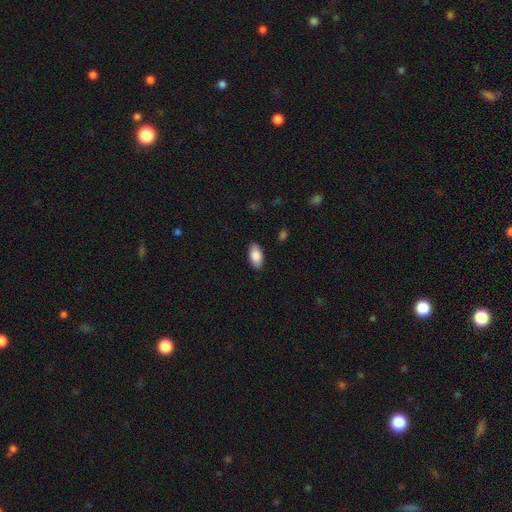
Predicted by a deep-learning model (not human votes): Smooth or featured: smooth — 88% (star or artifact — 6%)
How rounded: in between — 94% (cigar-shaped — 3%)
Merging: none — 88% (minor disturbance — 9%)